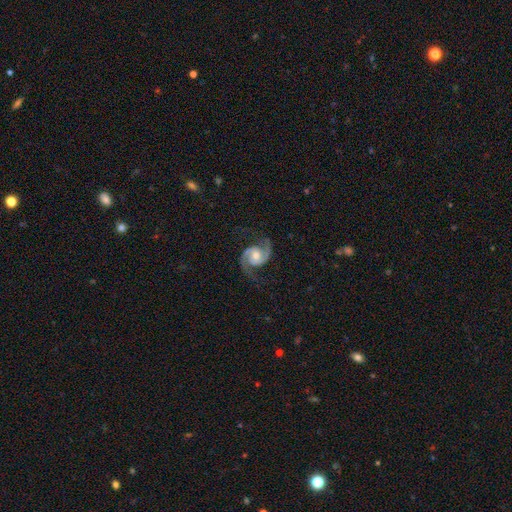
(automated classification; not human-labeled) Smooth or featured: featured or disk — 93% (star or artifact — 4%)
Edge-on disk: no — 98% (yes — 2%)
Bar: no — 62% (weak — 30%)
Spiral arms: yes — 99% (no — 1%)
Spiral winding: medium — 59% (tight — 21%)
Spiral arm count: 2 — 94% (can't tell — 1%)
Bulge size: moderate — 65% (small — 27%)
Merging: none — 79% (minor disturbance — 14%)